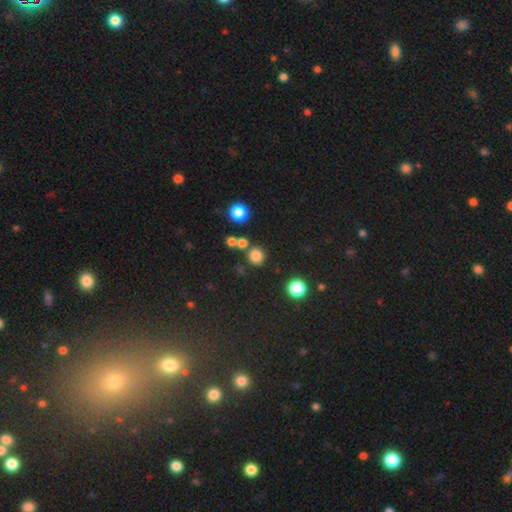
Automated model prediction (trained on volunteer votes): Overall: smooth (78%). How rounded: round (91%). Merging: none (78%).